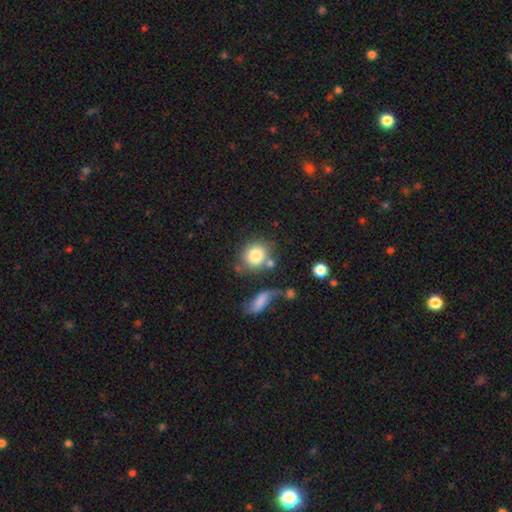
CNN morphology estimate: type=smooth (82%); roundness=round (80%); merging=none (64%).